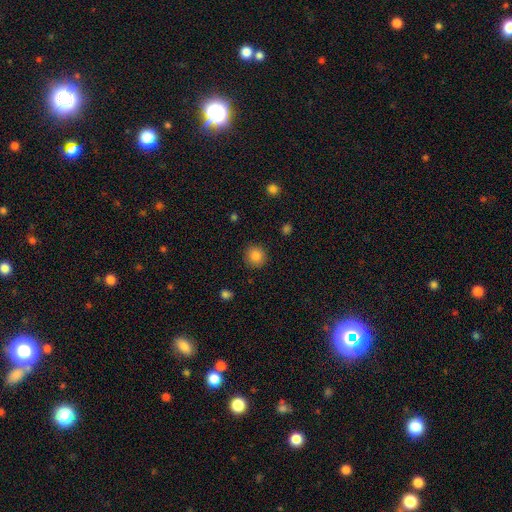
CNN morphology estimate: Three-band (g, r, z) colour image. It shows a smooth galaxy with no disk features (85%) that is round (93%). Merging: none (90%).